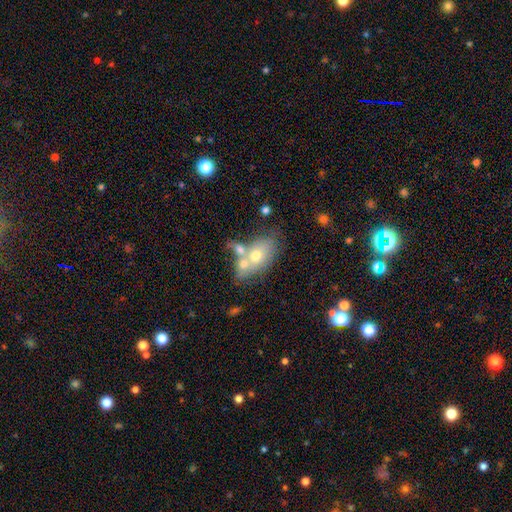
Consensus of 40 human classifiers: Smooth or featured? smooth (48%, tied with featured or disk)
How rounded? in between (95%)
Merging? merger (58%)